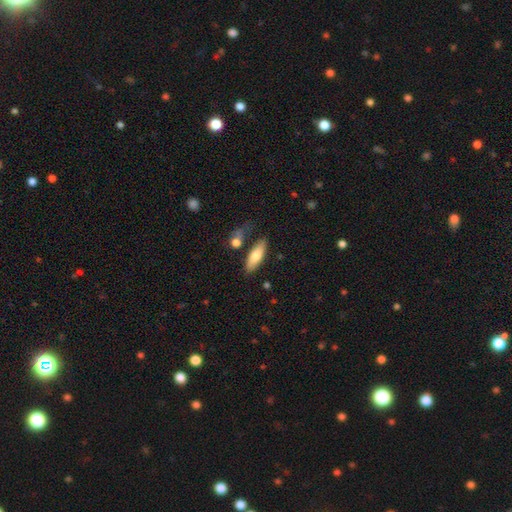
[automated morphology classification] smooth-or-featured: smooth: 76% | featured or disk: 19% | star or artifact: 6%
  how-rounded: in between: 60% | cigar-shaped: 38% | round: 2%
  merging: none: 70% | minor disturbance: 16% | merger: 9% | major disturbance: 5%